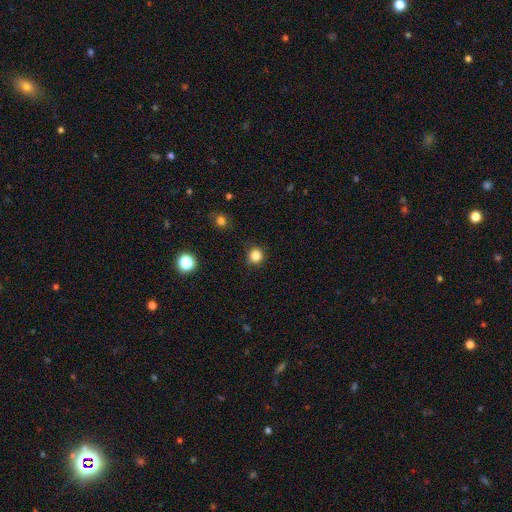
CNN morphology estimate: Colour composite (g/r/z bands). It shows a smooth galaxy with no disk features (83%) that is round (93%). Merging: none (88%).